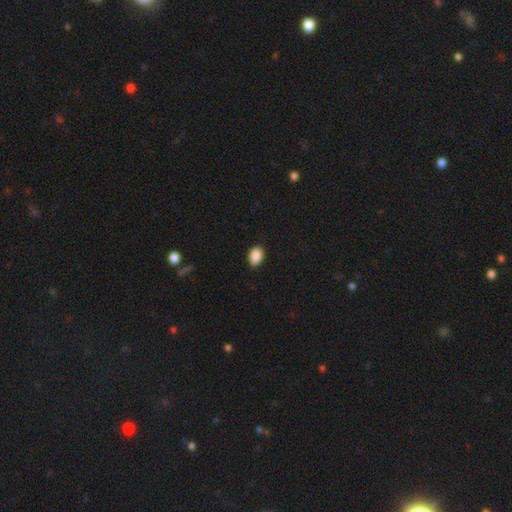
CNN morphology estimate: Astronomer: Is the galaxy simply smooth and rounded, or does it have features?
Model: smooth — 90%.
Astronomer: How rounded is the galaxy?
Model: in between — 80%.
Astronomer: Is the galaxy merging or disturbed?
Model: none — 88%.